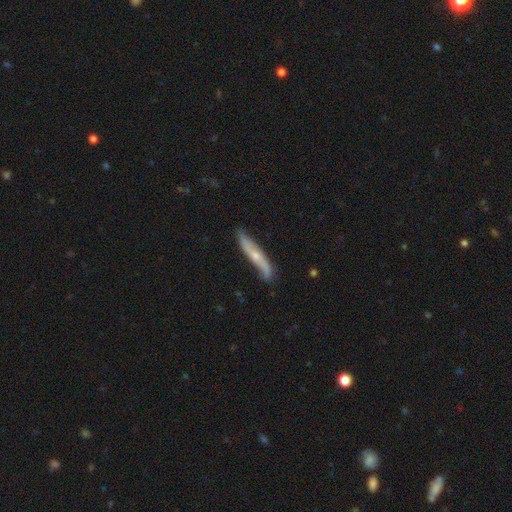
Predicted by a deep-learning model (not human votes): Smooth or featured?
  - featured or disk: 64% *
  - smooth: 30%
  - star or artifact: 6%
Edge-on disk?
  - yes: 57% *
  - no: 43%
Merging?
  - none: 76% *
  - minor disturbance: 19%
  - major disturbance: 4%
  - merger: 2%